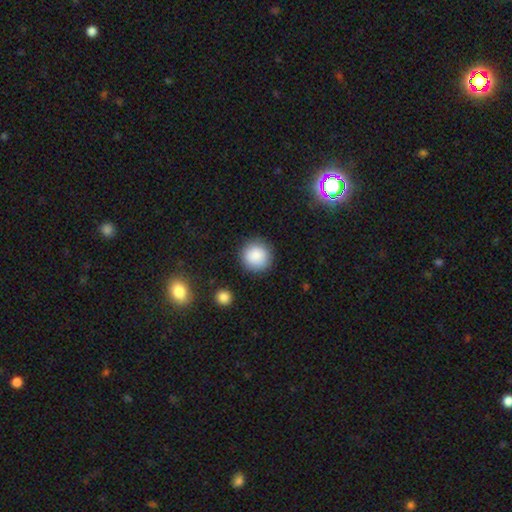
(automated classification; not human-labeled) Smooth or featured: smooth — 87% (star or artifact — 8%)
How rounded: round — 93% (in between — 6%)
Merging: none — 88% (minor disturbance — 8%)